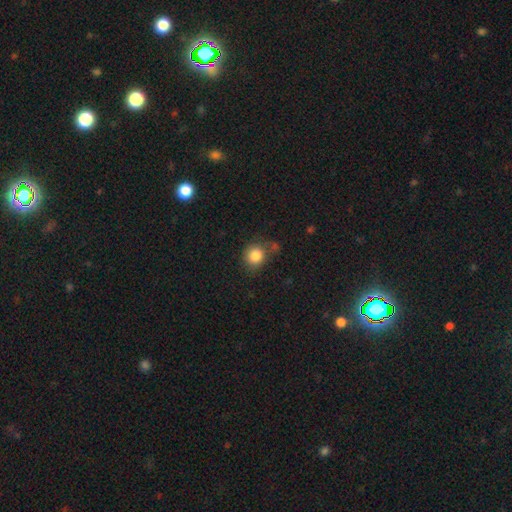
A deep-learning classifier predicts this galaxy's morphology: smooth-or-featured: smooth: 84% | star or artifact: 10% | featured or disk: 6%
  how-rounded: round: 79% | in between: 20% | cigar-shaped: 1%
  merging: none: 63% | minor disturbance: 20% | merger: 10% | major disturbance: 7%